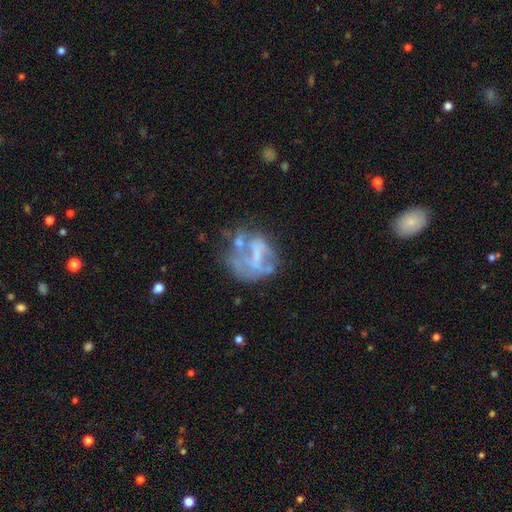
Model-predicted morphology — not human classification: Smooth or featured? Predicted: featured or disk (p=0.63). Edge-on disk? Predicted: no (p=0.97). Bar? Predicted: no (p=0.58). Spiral arms? Predicted: no (p=0.77). Bulge size? Predicted: none (p=0.60). Merging? Predicted: none (p=0.36).